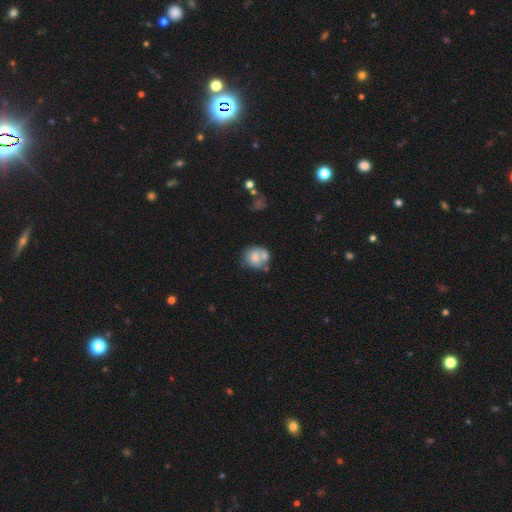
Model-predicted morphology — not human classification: Smooth or featured: smooth — 65% (featured or disk — 27%)
How rounded: round — 68% (in between — 31%)
Merging: merger — 39% (none — 35%)